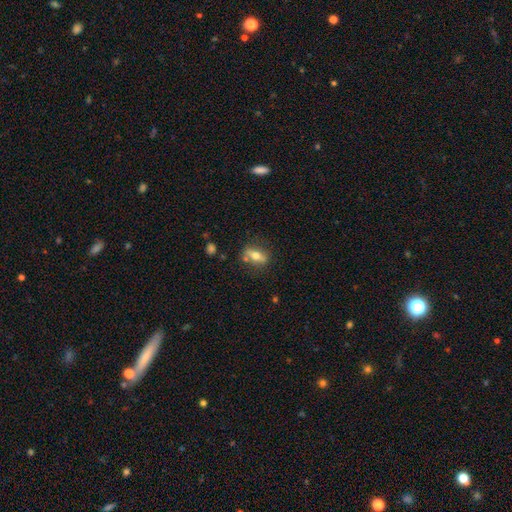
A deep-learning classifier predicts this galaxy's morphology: This appears to be a smooth galaxy with no disk features (52%) that is in between round and cigar-shaped (64%). Merging: none (76%).